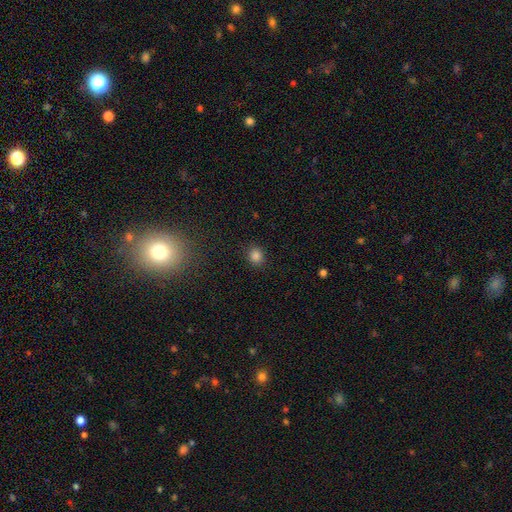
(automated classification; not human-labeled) smooth 84%, star or artifact 12%, featured or disk 3%. Down the decision tree: how rounded — round (70%); merging — none (89%).